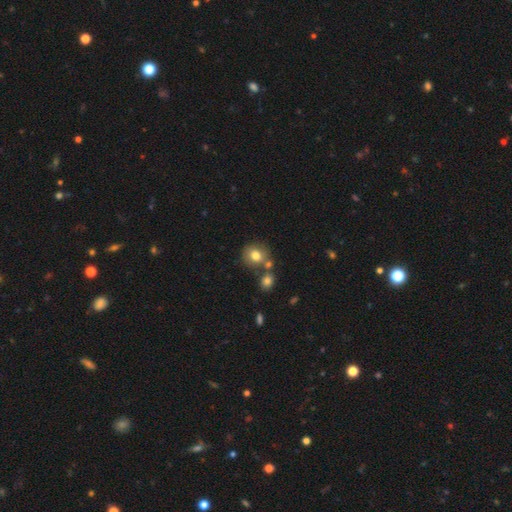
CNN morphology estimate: smooth 77%, featured or disk 12%, star or artifact 11%. Down the decision tree: how rounded — round (79%); merging — none (59%).